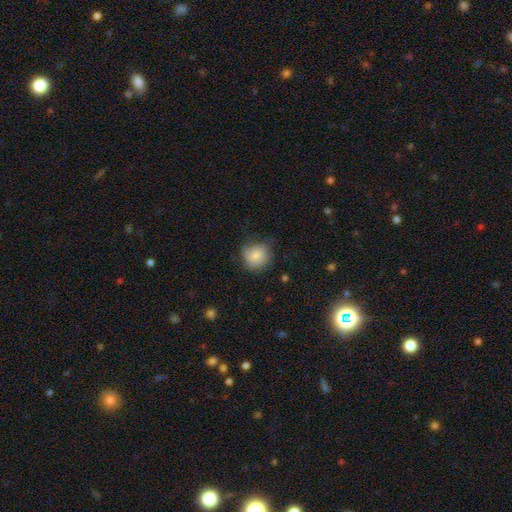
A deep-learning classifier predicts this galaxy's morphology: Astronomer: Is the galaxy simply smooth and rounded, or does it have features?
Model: smooth — 75%.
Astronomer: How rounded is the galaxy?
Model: round — 80%.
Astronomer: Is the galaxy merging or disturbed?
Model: none — 57%.